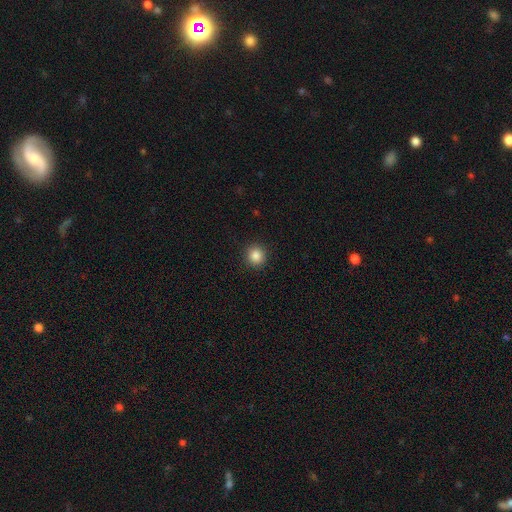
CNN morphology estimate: This is clearly a smooth galaxy (86%). How rounded: clearly round (93%). Merging: clearly none (92%).